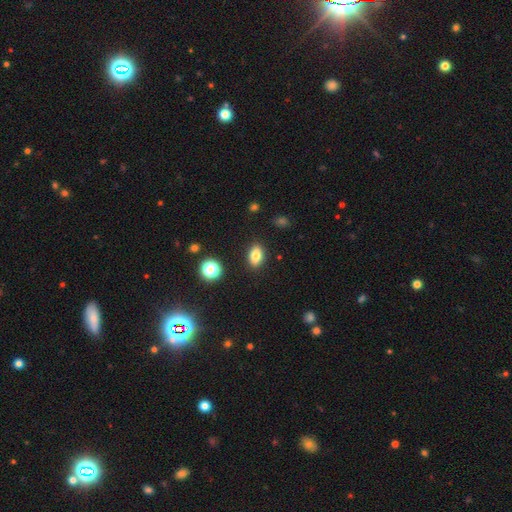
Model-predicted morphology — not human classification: The model was most divided on "smooth or featured": smooth: 80%, star or artifact: 10%, featured or disk: 10%. More confident: merging — none (88%); how rounded — in between (84%).